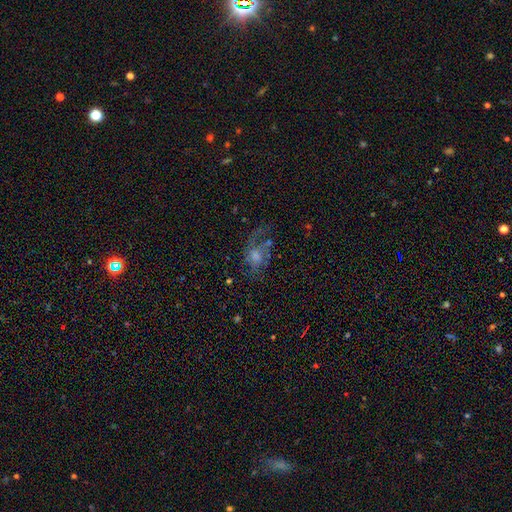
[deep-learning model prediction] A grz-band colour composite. It shows a featured or disk galaxy (58%) with no bar (75%), spiral arms (73%) and a moderate central bulge (46%). Merging: none (49%).